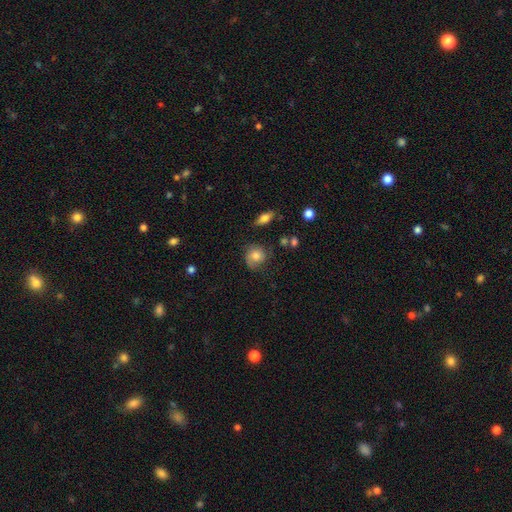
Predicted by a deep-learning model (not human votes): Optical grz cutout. It shows a smooth galaxy with no disk features (64%) that is round (75%). Merging: none (58%).